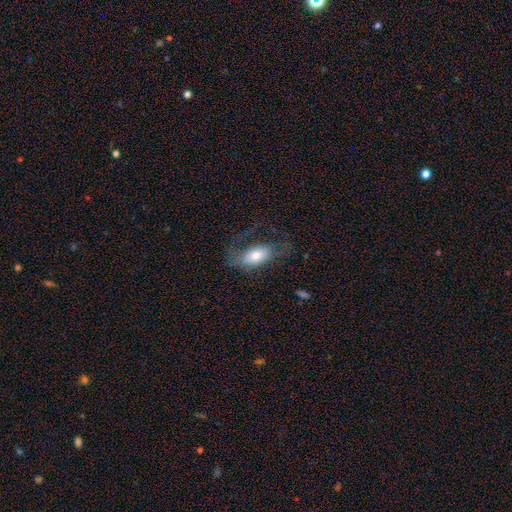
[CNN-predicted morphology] Overall: smooth (54%; featured or disk 39%). How rounded: in between (90%). Merging: none (41%; major disturbance 37%).